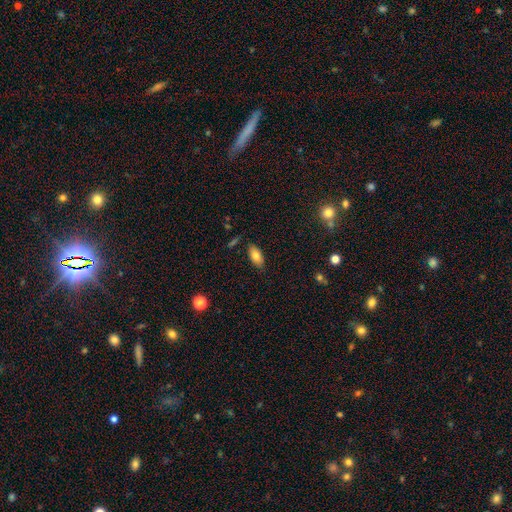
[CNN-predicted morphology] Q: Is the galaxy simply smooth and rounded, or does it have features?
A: smooth — 80%.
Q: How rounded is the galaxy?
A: in between — 90%.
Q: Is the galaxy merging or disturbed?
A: none — 84%.